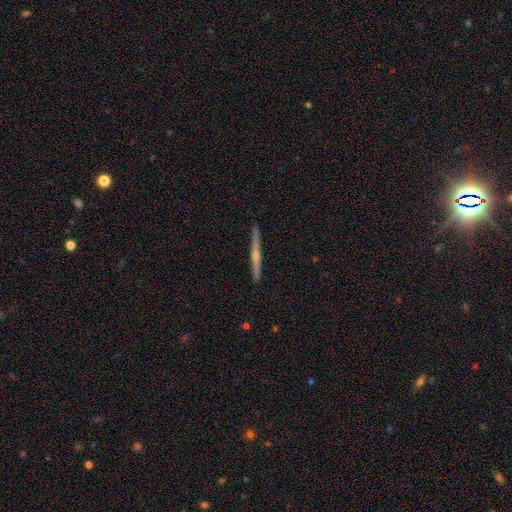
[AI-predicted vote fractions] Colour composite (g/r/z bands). It shows a featured or disk galaxy (67%) viewed edge-on (95%) with a rounded central bulge (70%). Merging: none (88%).